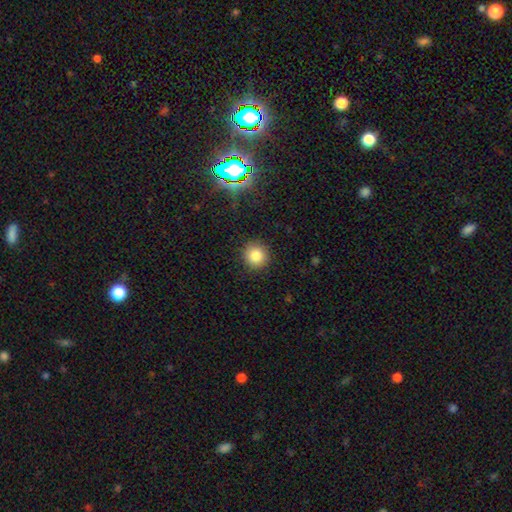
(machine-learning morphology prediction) A smooth galaxy with no disk features (82%) that is round (92%). Merging: none (90%).